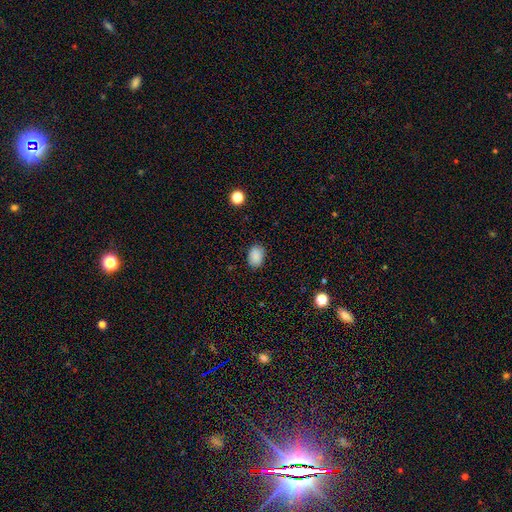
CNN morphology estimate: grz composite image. It shows a smooth galaxy with no disk features (88%) that is in between round and cigar-shaped (77%). Merging: none (84%).